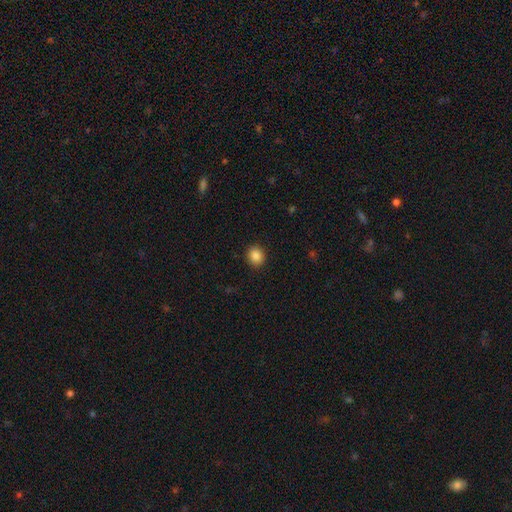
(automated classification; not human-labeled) Smooth or featured? Predicted: smooth (p=0.86). How rounded? Predicted: round (p=0.73). Merging? Predicted: none (p=0.91).